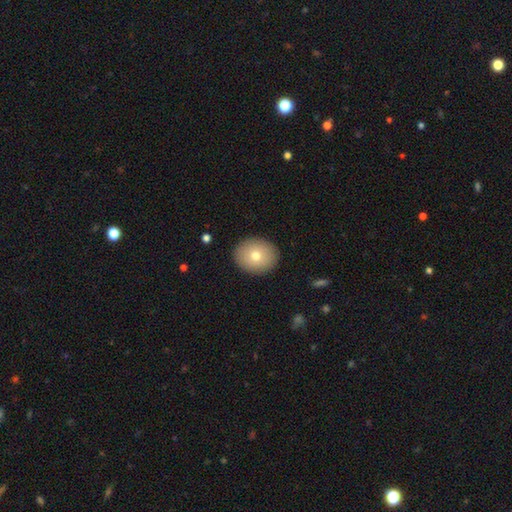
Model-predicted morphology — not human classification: Smooth or featured?
  - smooth: 75% *
  - featured or disk: 16%
  - star or artifact: 9%
How rounded?
  - round: 60% *
  - in between: 39%
  - cigar-shaped: 1%
Merging?
  - none: 90% *
  - minor disturbance: 7%
  - major disturbance: 2%
  - merger: 1%